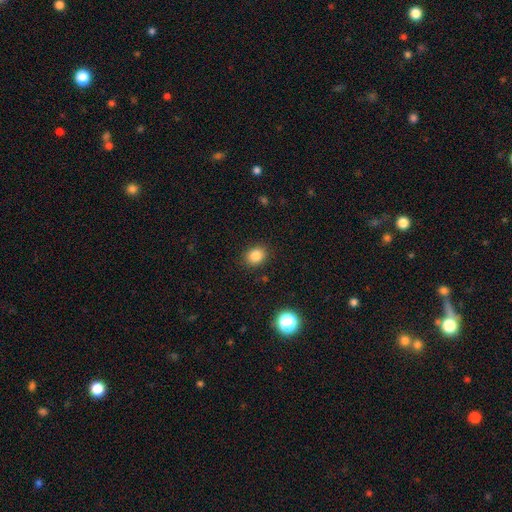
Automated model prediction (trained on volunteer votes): Smooth or featured?
  - smooth: 84% *
  - star or artifact: 11%
  - featured or disk: 5%
How rounded?
  - round: 61% *
  - in between: 38%
  - cigar-shaped: 1%
Merging?
  - none: 88% *
  - minor disturbance: 8%
  - major disturbance: 3%
  - merger: 1%